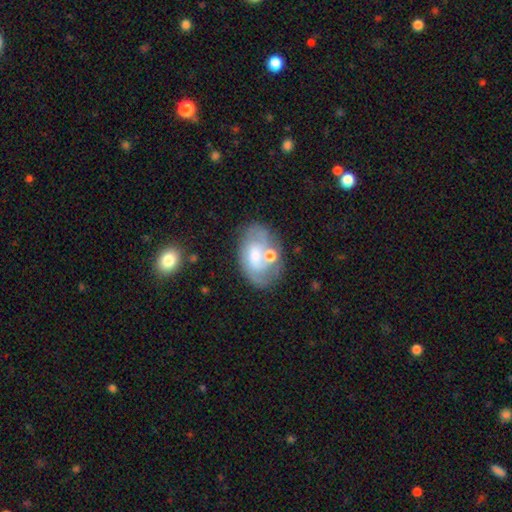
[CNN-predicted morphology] smooth-or-featured: featured or disk: 56% | smooth: 36% | star or artifact: 8%
  disk-edge-on: no: 96% | yes: 4%
    bar: no: 62% | weak: 32% | strong: 7%
    has-spiral-arms: yes: 65% | no: 35%
    bulge-size: moderate: 48% | small: 30% | large: 12% | none: 7% | dominant: 2%
  merging: none: 53% | minor disturbance: 21% | merger: 16% | major disturbance: 10%